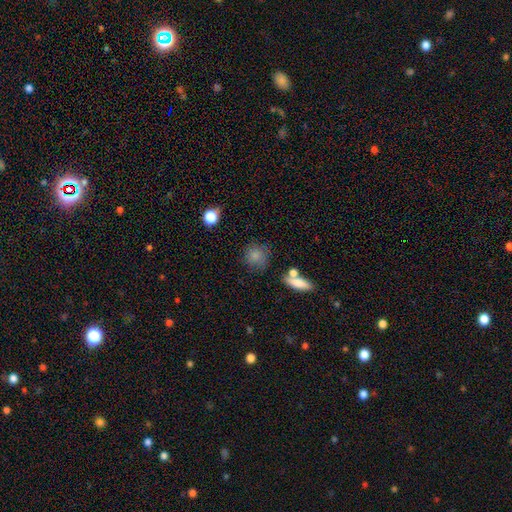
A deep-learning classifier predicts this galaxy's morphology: Smooth or featured?
  - smooth: 82% *
  - star or artifact: 10%
  - featured or disk: 8%
How rounded?
  - round: 82% *
  - in between: 16%
  - cigar-shaped: 2%
Merging?
  - none: 71% *
  - minor disturbance: 16%
  - merger: 8%
  - major disturbance: 6%